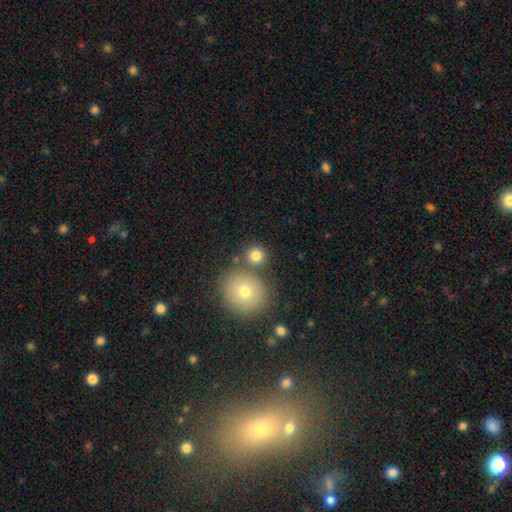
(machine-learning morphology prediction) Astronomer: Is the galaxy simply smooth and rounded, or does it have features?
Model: smooth — 79%.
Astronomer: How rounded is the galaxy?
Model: round — 90%.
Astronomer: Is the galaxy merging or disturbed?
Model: none — 72%.